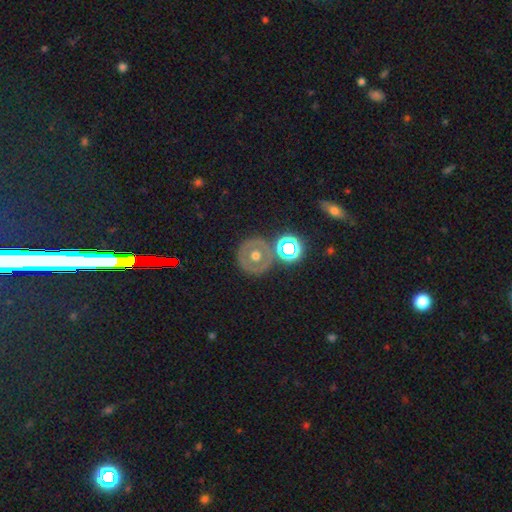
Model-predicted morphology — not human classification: Overall: featured or disk (43%; smooth 42%). Merging: none (78%).